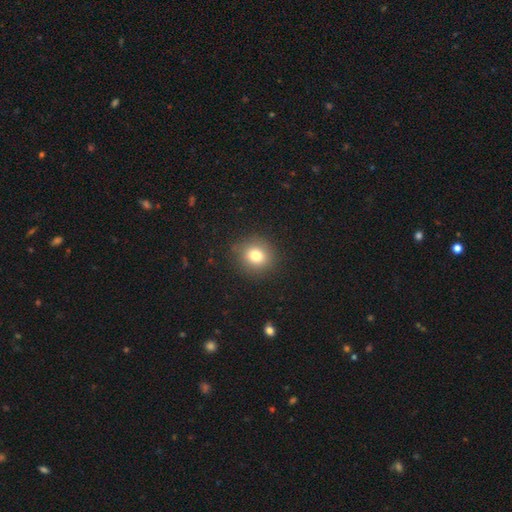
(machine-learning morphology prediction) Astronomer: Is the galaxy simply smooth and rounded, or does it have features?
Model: smooth — 79%.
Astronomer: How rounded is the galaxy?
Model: round — 84%.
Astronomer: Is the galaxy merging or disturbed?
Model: none — 87%.